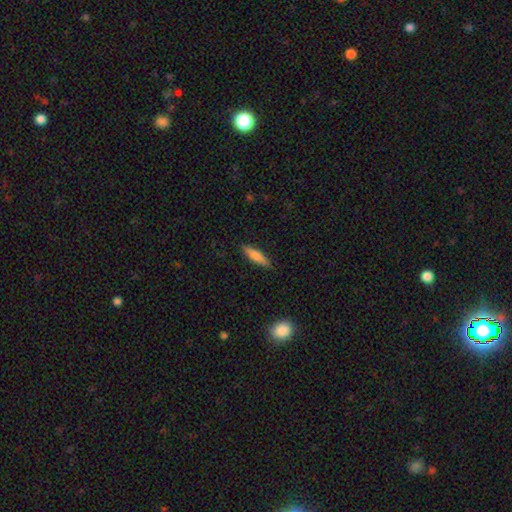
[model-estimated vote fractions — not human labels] Q: Smooth or featured?
A: smooth (67%); runner-up: featured or disk (27%)
Q: How rounded?
A: cigar-shaped (74%); runner-up: in between (24%)
Q: Merging?
A: none (88%); runner-up: minor disturbance (8%)